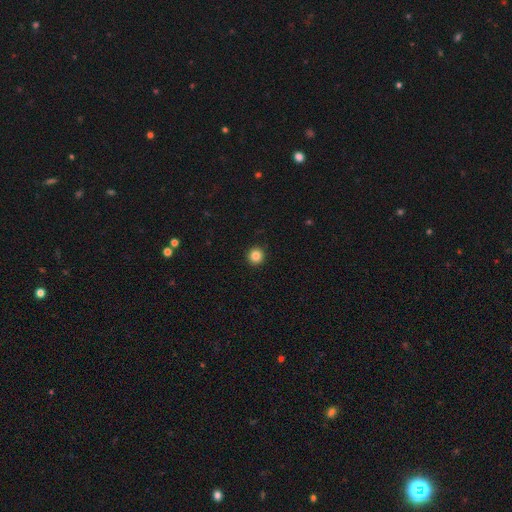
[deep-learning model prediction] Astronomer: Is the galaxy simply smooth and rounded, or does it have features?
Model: smooth — 85%.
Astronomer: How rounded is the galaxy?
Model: round — 96%.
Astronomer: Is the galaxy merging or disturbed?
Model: none — 93%.